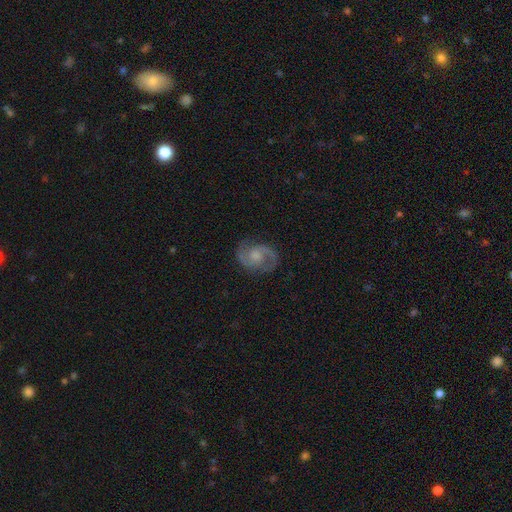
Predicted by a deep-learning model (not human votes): Smooth or featured?
  - featured or disk: 88% *
  - smooth: 7%
  - star or artifact: 5%
Edge-on disk?
  - no: 98% *
  - yes: 2%
Bar?
  - no: 56% *
  - weak: 38%
  - strong: 6%
Spiral arms?
  - yes: 98% *
  - no: 2%
Spiral winding?
  - medium: 60% *
  - tight: 22%
  - loose: 17%
Spiral arm count?
  - 2: 93% *
  - can't tell: 2%
  - 3: 1%
  - 1: 1%
  - 4: 1%
  - more than 4: 1%
Bulge size?
  - moderate: 41% *
  - small: 30%
  - none: 20%
  - large: 8%
  - dominant: 1%
Merging?
  - none: 82% *
  - minor disturbance: 12%
  - major disturbance: 4%
  - merger: 1%